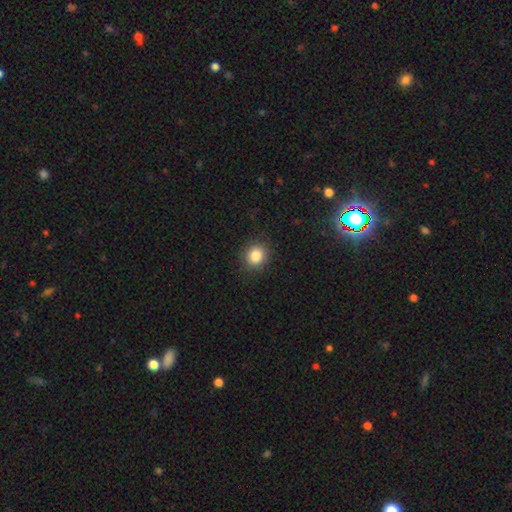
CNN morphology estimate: Smooth or featured? Predicted: smooth (p=0.86). How rounded? Predicted: round (p=0.82). Merging? Predicted: none (p=0.89).